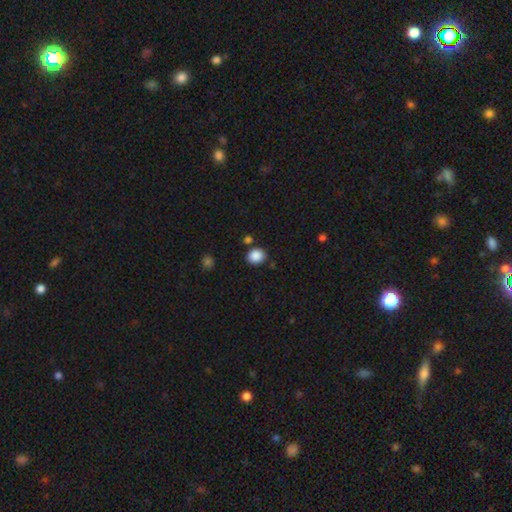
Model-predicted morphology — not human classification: smooth 88%, star or artifact 9%, featured or disk 3%. Down the decision tree: how rounded — round (65%); merging — none (81%).